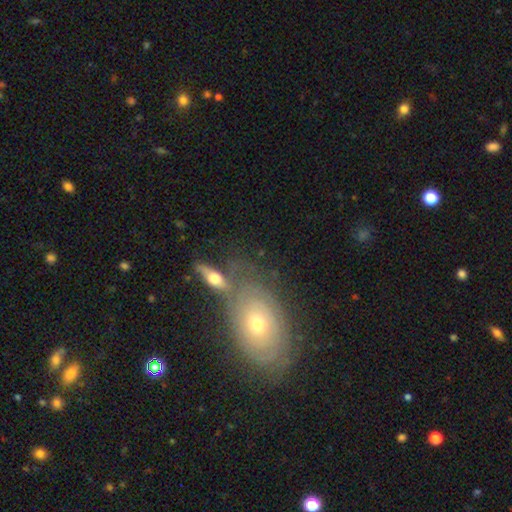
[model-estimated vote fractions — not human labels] smooth_or_featured: smooth (p=0.44) [alt: featured or disk p=0.34]
merging: none (p=0.73) [alt: minor disturbance p=0.13]